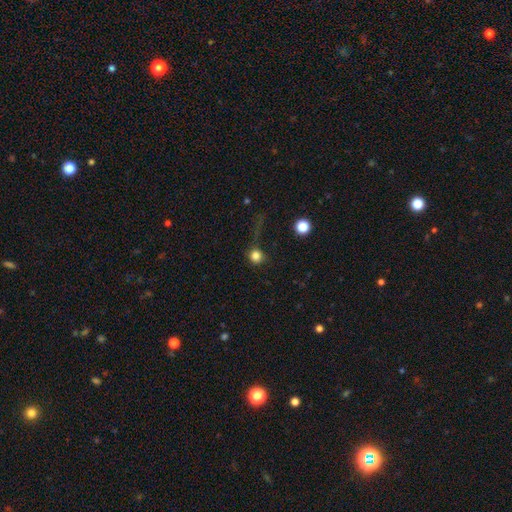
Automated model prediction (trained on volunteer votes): smooth 81%, star or artifact 13%, featured or disk 6%. Down the decision tree: how rounded — round (93%); merging — none (70%).